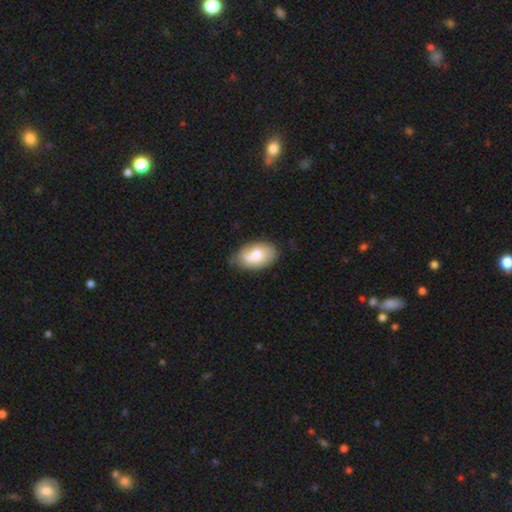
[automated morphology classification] Q: Smooth or featured?
A: smooth (69%); runner-up: featured or disk (25%)
Q: How rounded?
A: in between (93%); runner-up: round (6%)
Q: Merging?
A: none (63%); runner-up: minor disturbance (28%)